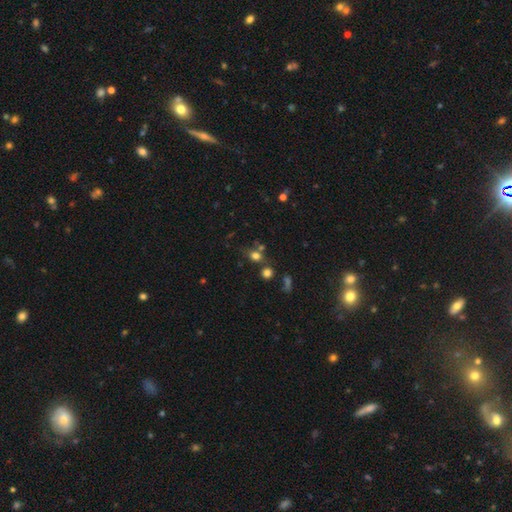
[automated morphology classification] smooth 70%, star or artifact 21%, featured or disk 10%. Down the decision tree: how rounded — round (68%); merging — none (56%).